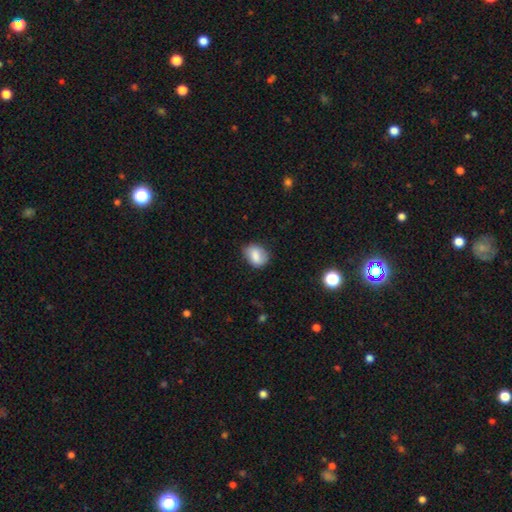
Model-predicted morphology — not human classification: Smooth or featured?
  - smooth: 78% *
  - featured or disk: 14%
  - star or artifact: 8%
How rounded?
  - in between: 65% *
  - round: 34%
  - cigar-shaped: 1%
Merging?
  - none: 72% *
  - minor disturbance: 21%
  - major disturbance: 5%
  - merger: 2%